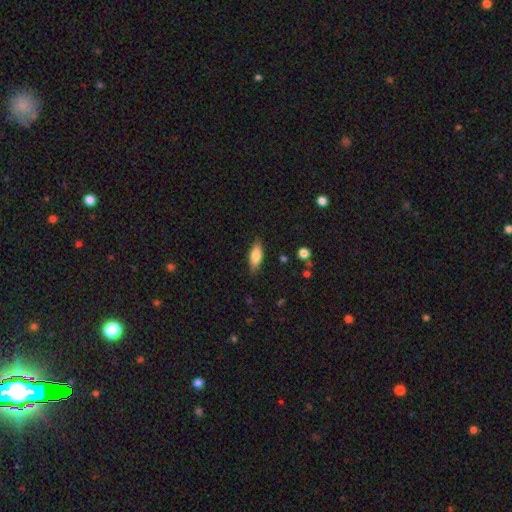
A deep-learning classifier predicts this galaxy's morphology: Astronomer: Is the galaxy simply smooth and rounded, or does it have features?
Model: smooth — 79%.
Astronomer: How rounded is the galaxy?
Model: in between — 73%.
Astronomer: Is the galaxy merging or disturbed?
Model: none — 85%.